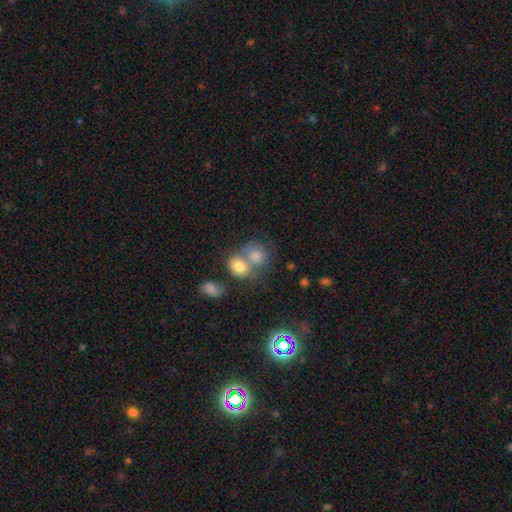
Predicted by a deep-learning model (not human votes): smooth_or_featured: smooth (p=0.74) [alt: featured or disk p=0.16]
how_rounded: round (p=0.67) [alt: in between p=0.32]
merging: merger (p=0.55) [alt: none p=0.28]